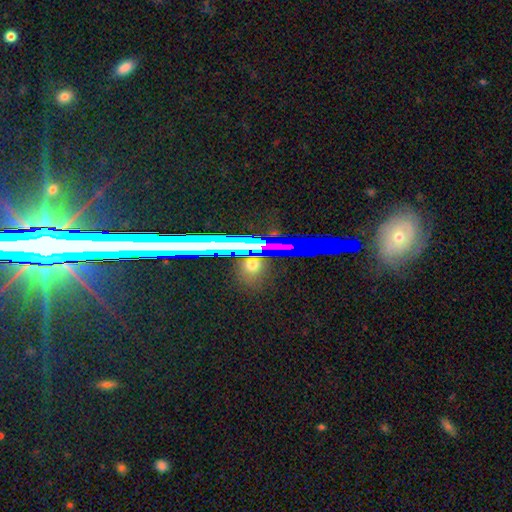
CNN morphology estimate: Q: Smooth or featured?
A: star or artifact (59%); runner-up: smooth (25%)